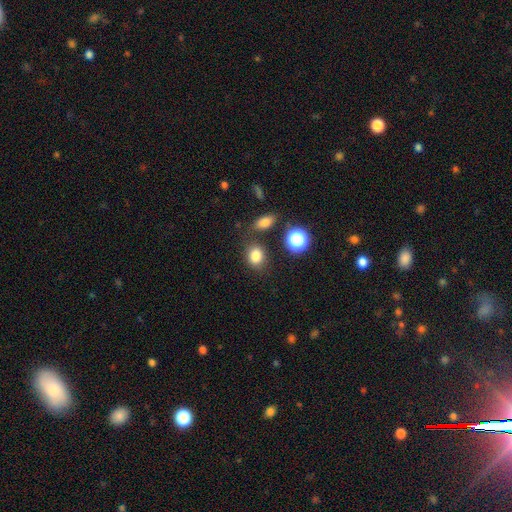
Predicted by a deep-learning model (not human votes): Overall: smooth (81%). How rounded: in between (50%; round 49%). Merging: none (74%).